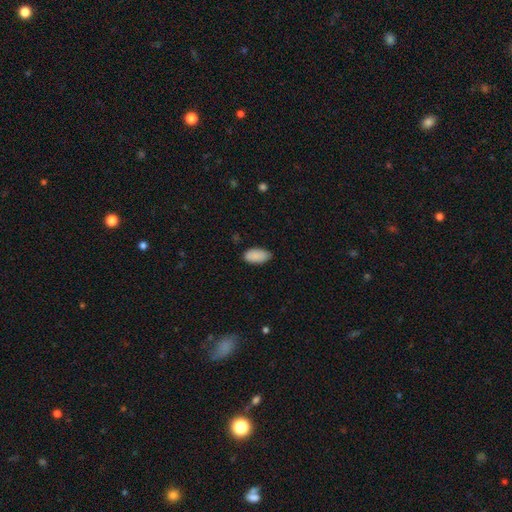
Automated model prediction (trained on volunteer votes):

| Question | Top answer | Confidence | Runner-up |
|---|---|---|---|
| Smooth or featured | smooth | 89% | star or artifact (7%) |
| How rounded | in between | 94% | cigar-shaped (4%) |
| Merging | none | 75% | minor disturbance (21%) |